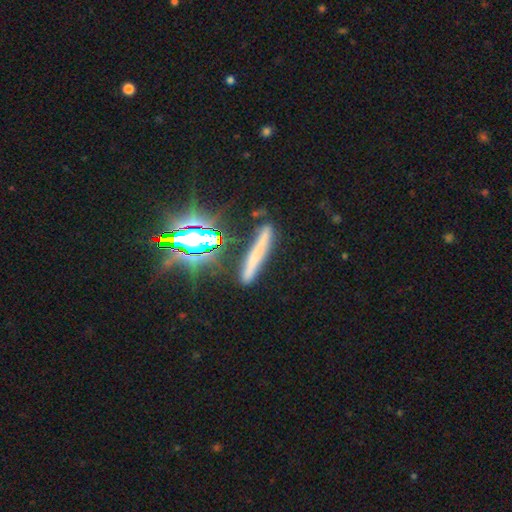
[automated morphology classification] A smooth galaxy with no disk features (46%).

Vote fractions:
- Smooth or featured? smooth: 46% / featured or disk: 30% / star or artifact: 25%
- Merging? none: 79% / minor disturbance: 13% / merger: 4% / major disturbance: 4%